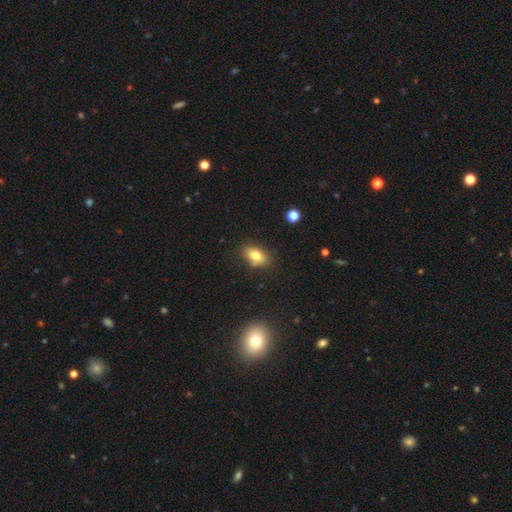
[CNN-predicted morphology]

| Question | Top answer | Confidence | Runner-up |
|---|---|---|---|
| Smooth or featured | smooth | 79% | featured or disk (11%) |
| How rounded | in between | 86% | round (11%) |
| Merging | none | 79% | minor disturbance (15%) |